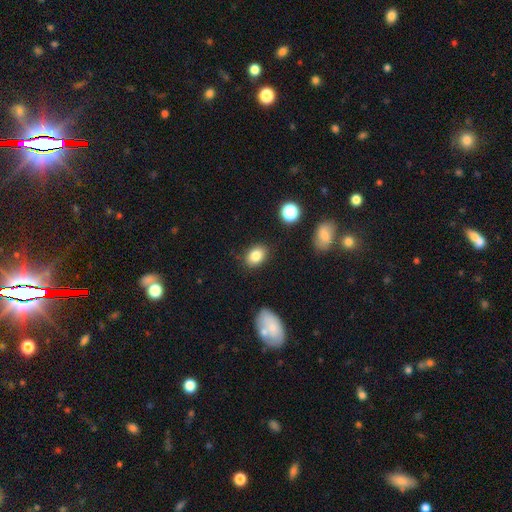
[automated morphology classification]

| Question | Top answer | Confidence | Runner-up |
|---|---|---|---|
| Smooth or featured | smooth | 83% | star or artifact (9%) |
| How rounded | in between | 73% | round (26%) |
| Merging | none | 85% | minor disturbance (10%) |